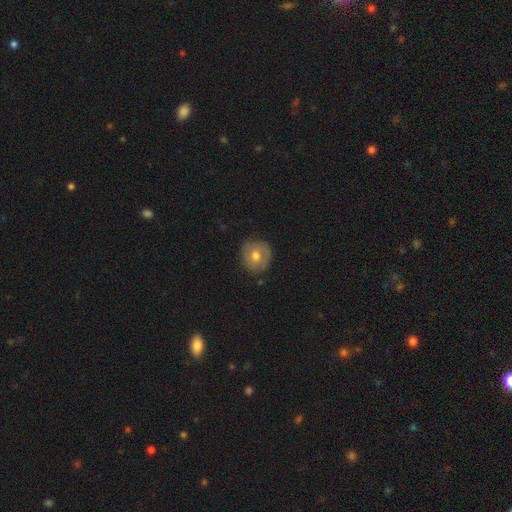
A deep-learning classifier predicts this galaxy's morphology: smooth 63%, featured or disk 29%, star or artifact 8%. Down the decision tree: how rounded — round (91%); merging — none (83%).